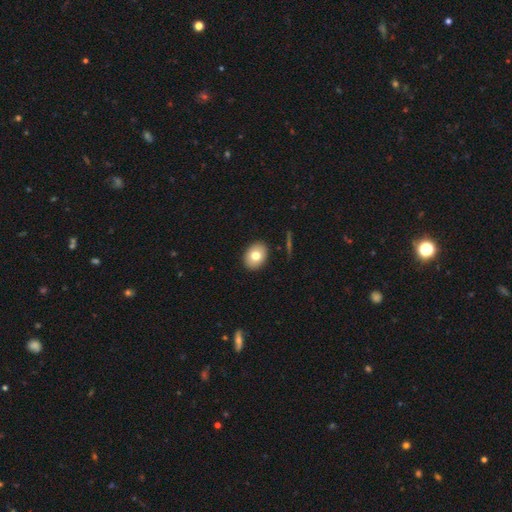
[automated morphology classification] smooth_or_featured: smooth (p=0.76) [alt: featured or disk p=0.15]
how_rounded: in between (p=0.62) [alt: round p=0.37]
merging: none (p=0.90) [alt: minor disturbance p=0.07]